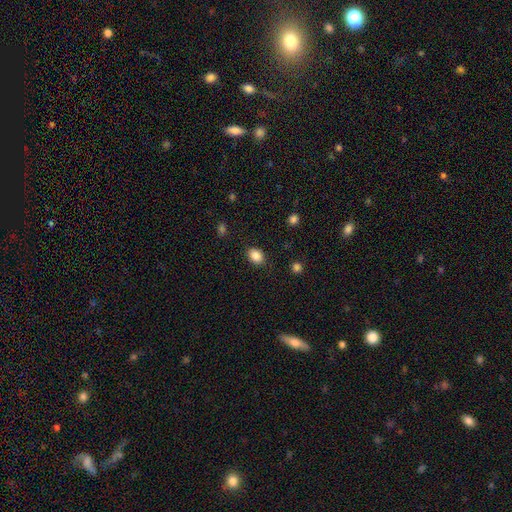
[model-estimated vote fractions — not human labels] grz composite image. It shows a smooth galaxy with no disk features (86%) that is in between round and cigar-shaped (68%). Merging: none (86%).